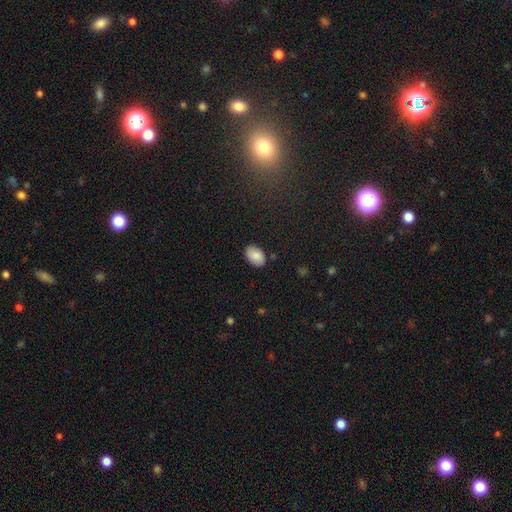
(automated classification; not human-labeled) Q: Smooth or featured?
A: smooth (86%); runner-up: featured or disk (7%)
Q: How rounded?
A: in between (89%); runner-up: round (10%)
Q: Merging?
A: none (85%); runner-up: minor disturbance (11%)